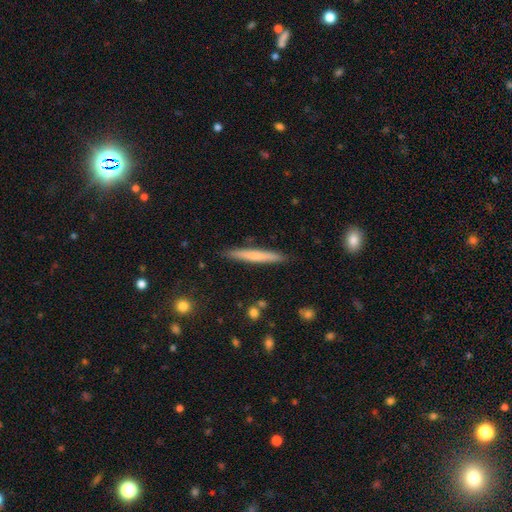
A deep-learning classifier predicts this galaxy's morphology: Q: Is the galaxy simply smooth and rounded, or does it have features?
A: smooth — 61%.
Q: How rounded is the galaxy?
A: cigar-shaped — 96%.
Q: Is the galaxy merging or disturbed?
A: none — 89%.